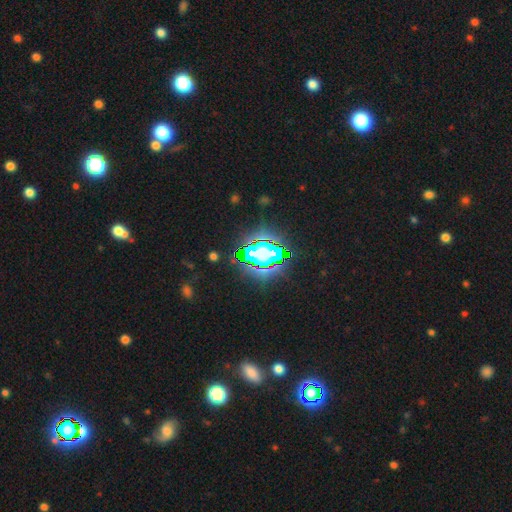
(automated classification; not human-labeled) Smooth or featured? star or artifact (80%)